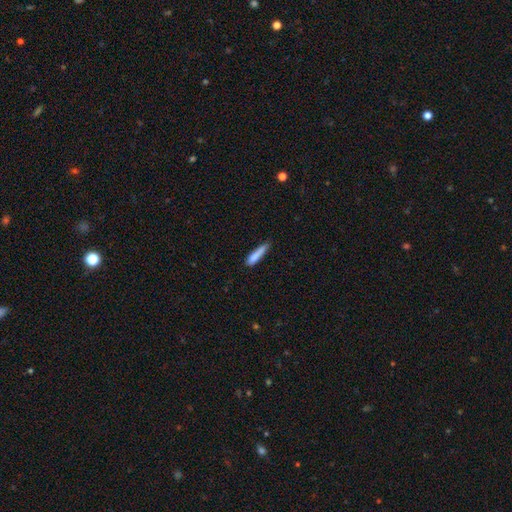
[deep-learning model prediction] A smooth galaxy with no disk features (82%) that is cigar-shaped (86%).

Vote fractions:
- Smooth or featured? smooth: 82% / featured or disk: 11% / star or artifact: 7%
- How rounded? cigar-shaped: 86% / in between: 12% / round: 1%
- Merging? none: 66% / minor disturbance: 26% / major disturbance: 6% / merger: 3%